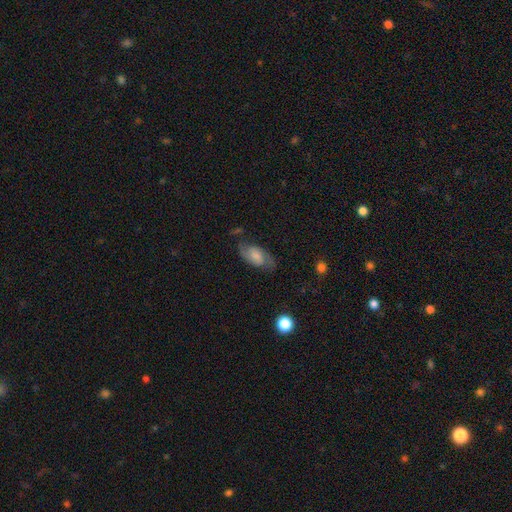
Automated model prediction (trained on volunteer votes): A featured or disk galaxy (60%) with no bar (53%), 2 (86%) medium (46%) spiral arms (89%) and a moderate central bulge (36%). Merging: none (67%).